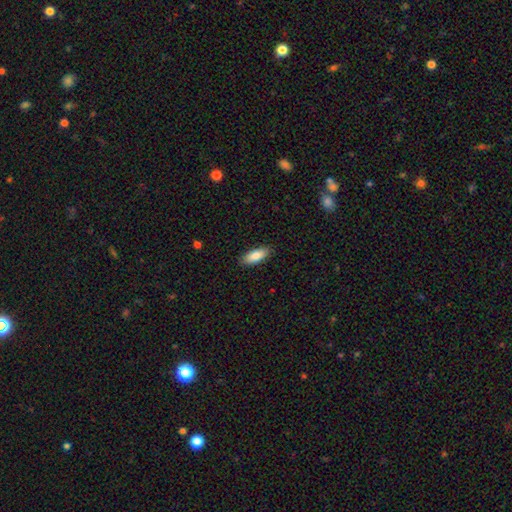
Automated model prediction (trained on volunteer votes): This is clearly a smooth galaxy (84%). How rounded: likely in between (78%). Merging: clearly none (88%).